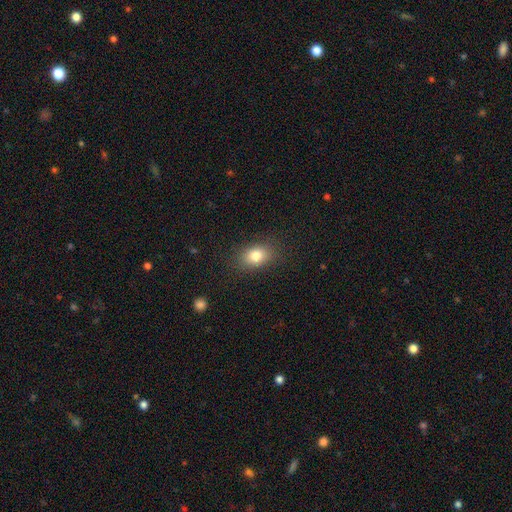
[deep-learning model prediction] smooth 81%, star or artifact 10%, featured or disk 9%. Down the decision tree: how rounded — in between (75%); merging — none (84%).